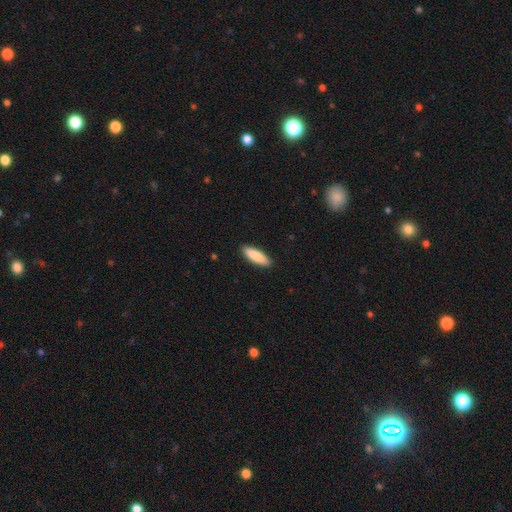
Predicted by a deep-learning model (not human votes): This appears to be a smooth galaxy with no disk features (86%) that is cigar-shaped (54%). Merging: none (90%).